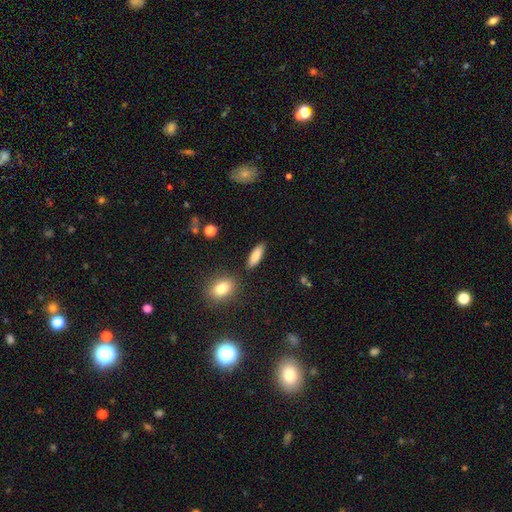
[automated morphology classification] Smooth or featured? smooth (83%)
How rounded? in between (59%)
Merging? none (84%)